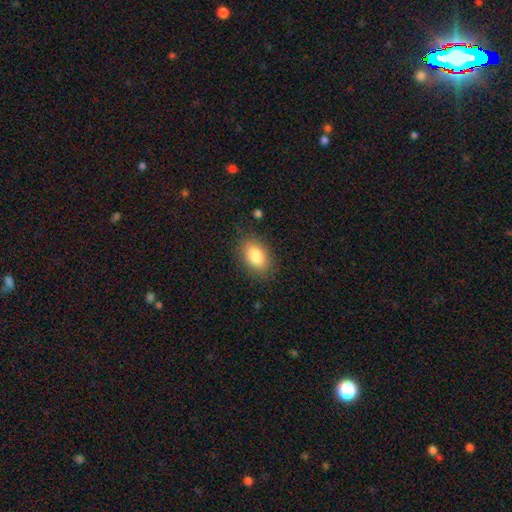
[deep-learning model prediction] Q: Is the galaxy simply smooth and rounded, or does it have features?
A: smooth — 84%.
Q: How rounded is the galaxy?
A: in between — 88%.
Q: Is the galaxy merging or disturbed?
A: none — 84%.